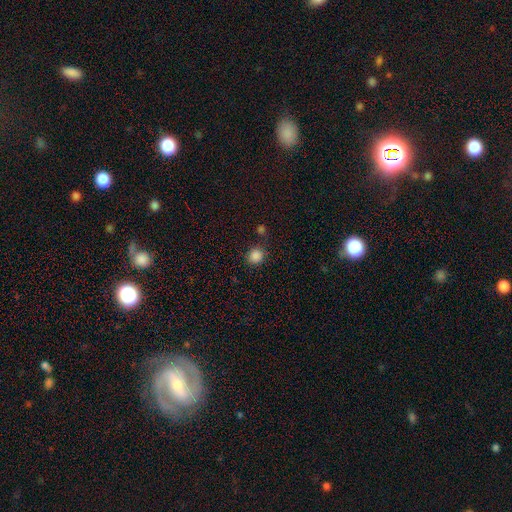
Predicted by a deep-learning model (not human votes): Smooth or featured: smooth — 85% (star or artifact — 12%)
How rounded: round — 87% (in between — 12%)
Merging: none — 78% (minor disturbance — 11%)